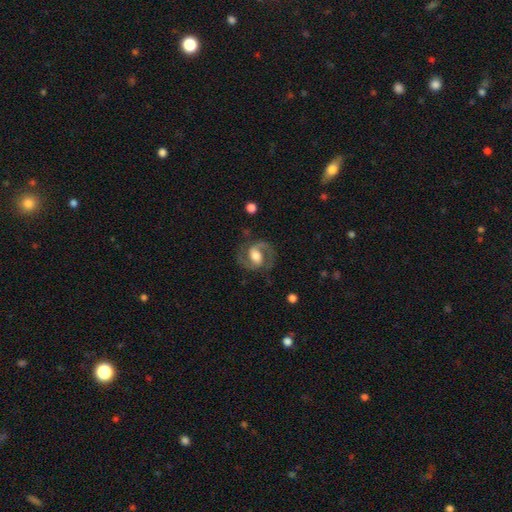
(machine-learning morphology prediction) Smooth or featured? Predicted: featured or disk (p=0.84). Edge-on disk? Predicted: no (p=0.97). Bar? Predicted: weak (p=0.45). Spiral arms? Predicted: yes (p=0.95). Spiral winding? Predicted: medium (p=0.60). Spiral arm count? Predicted: 2 (p=0.91). Bulge size? Predicted: moderate (p=0.52). Merging? Predicted: none (p=0.75).